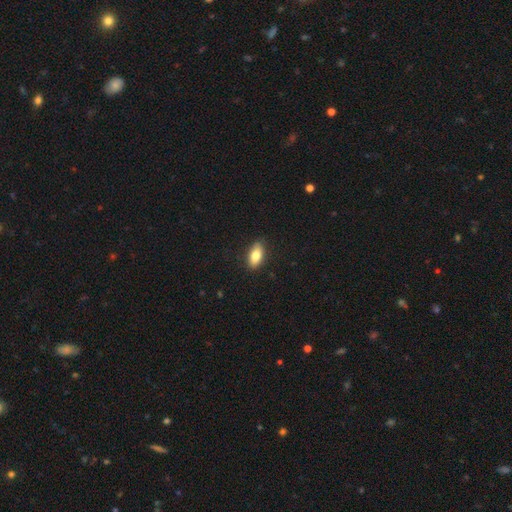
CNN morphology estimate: Smooth or featured? Predicted: smooth (p=0.80). How rounded? Predicted: in between (p=0.87). Merging? Predicted: none (p=0.88).